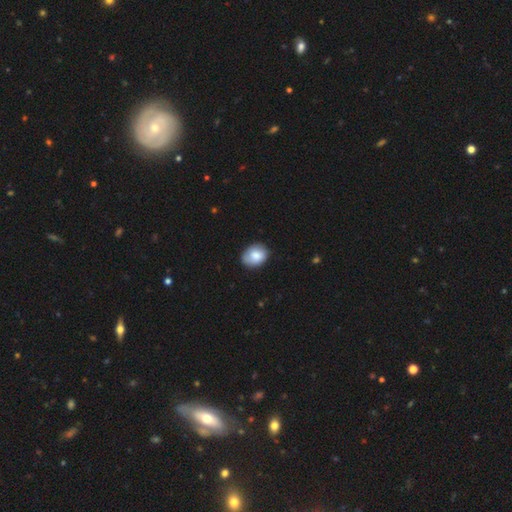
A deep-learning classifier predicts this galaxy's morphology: Smooth or featured? smooth (82%)
How rounded? in between (62%)
Merging? none (74%)